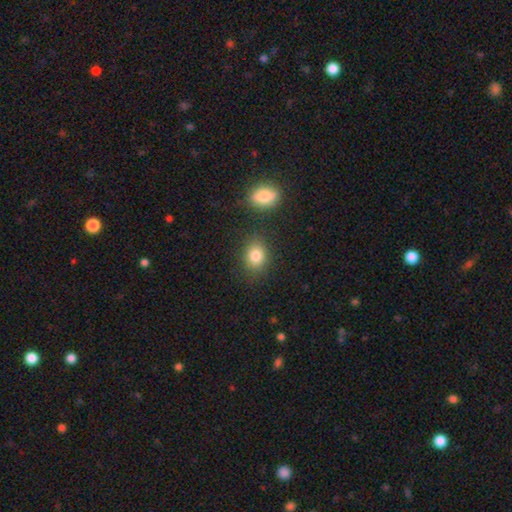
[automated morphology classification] smooth_or_featured: smooth (p=0.83) [alt: star or artifact p=0.11]
how_rounded: round (p=0.51) [alt: in between p=0.47]
merging: none (p=0.80) [alt: minor disturbance p=0.11]